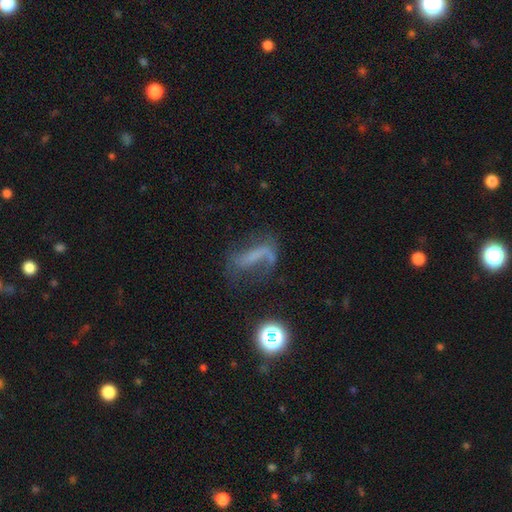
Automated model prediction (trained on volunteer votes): The model was most divided on "merging": none: 39%, major disturbance: 34%, minor disturbance: 21%, merger: 6%. More confident: edge-on disk — no (86%); smooth or featured — featured or disk (50%).